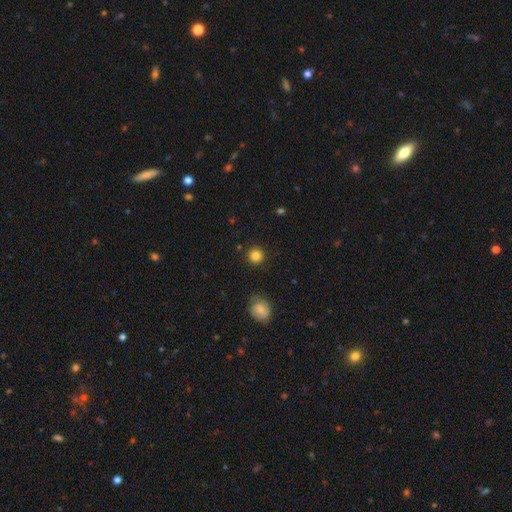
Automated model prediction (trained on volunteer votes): Morphology: type=smooth (84%); roundness=round (94%); merging=none (90%).